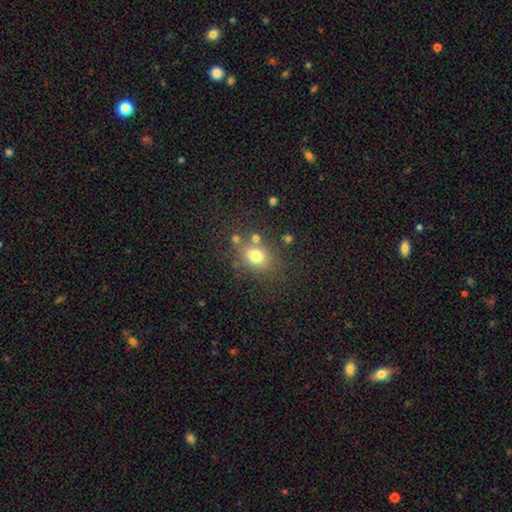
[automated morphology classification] This is likely a smooth galaxy (73%). How rounded: possibly in between (50%). Merging: likely none (68%).